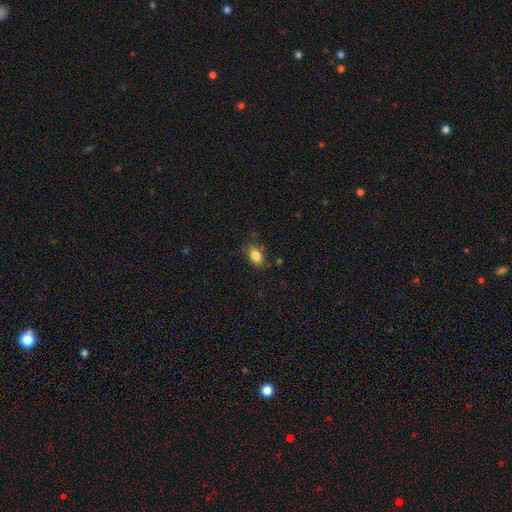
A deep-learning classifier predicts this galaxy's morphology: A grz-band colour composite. It shows a smooth galaxy with no disk features (84%) that is in between round and cigar-shaped (85%). Merging: none (76%).